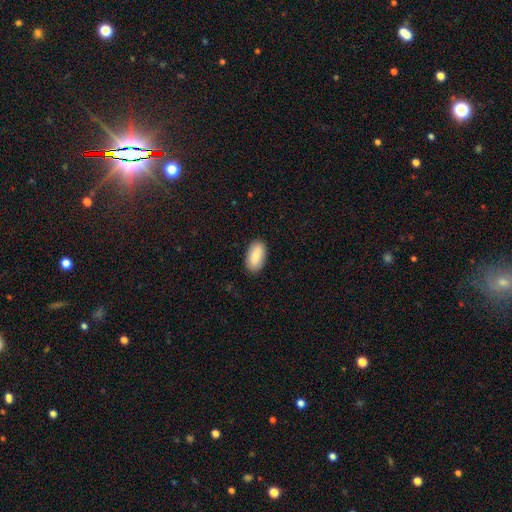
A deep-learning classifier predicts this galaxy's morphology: A smooth galaxy with no disk features (85%) that is in between round and cigar-shaped (94%).

Vote fractions:
- Smooth or featured? smooth: 85% / featured or disk: 9% / star or artifact: 6%
- How rounded? in between: 94% / cigar-shaped: 3% / round: 3%
- Merging? none: 88% / minor disturbance: 9% / major disturbance: 2% / merger: 1%